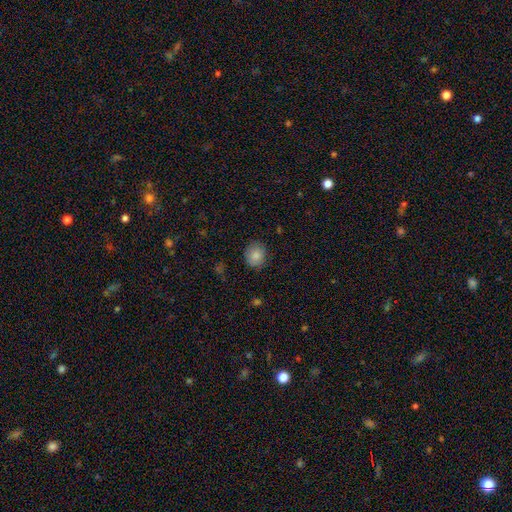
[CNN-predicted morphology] smooth 86%, star or artifact 9%, featured or disk 6%. Down the decision tree: how rounded — round (78%); merging — none (85%).